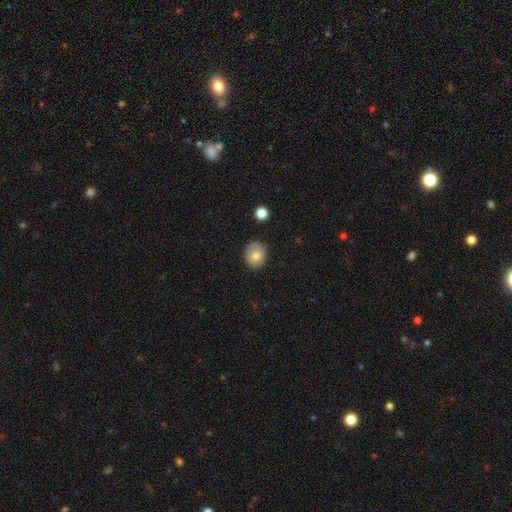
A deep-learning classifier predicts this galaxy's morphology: Smooth or featured: smooth — 75% (featured or disk — 16%)
How rounded: round — 58% (in between — 41%)
Merging: none — 77% (minor disturbance — 18%)